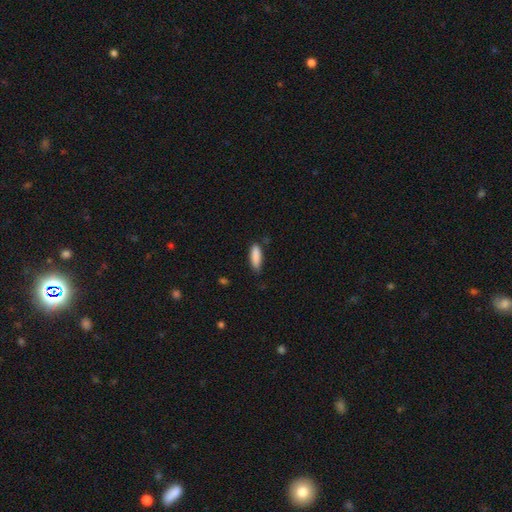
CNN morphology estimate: smooth_or_featured: smooth (p=0.88) [alt: star or artifact p=0.06]
how_rounded: in between (p=0.51) [alt: cigar-shaped p=0.47]
merging: none (p=0.77) [alt: minor disturbance p=0.19]